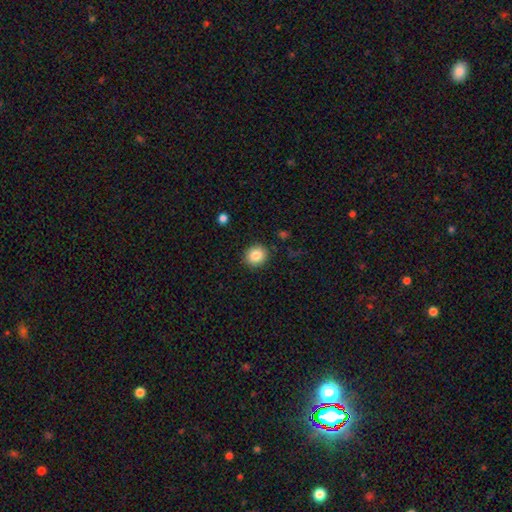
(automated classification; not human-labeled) The model was most divided on "how rounded": round: 86%, in between: 13%, cigar-shaped: 1%. More confident: merging — none (89%); smooth or featured — smooth (85%).